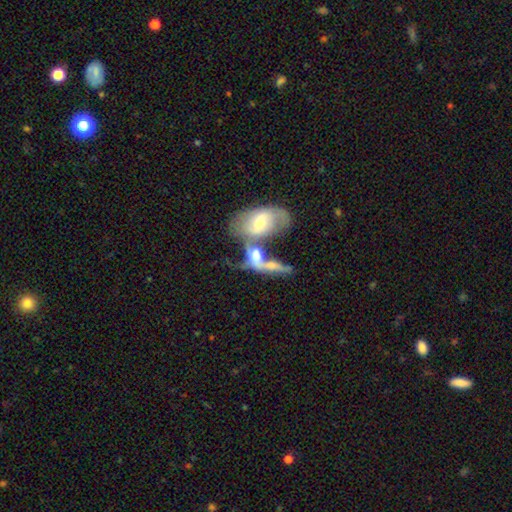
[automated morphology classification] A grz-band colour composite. It shows a featured or disk galaxy (59%). Merging: merger (70%).